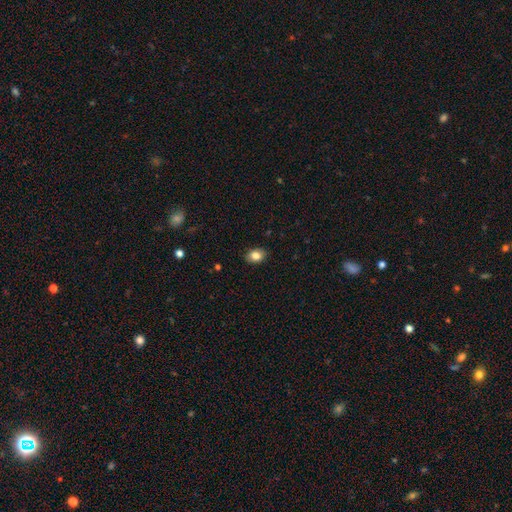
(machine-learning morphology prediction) Smooth or featured?
  - smooth: 83% *
  - star or artifact: 9%
  - featured or disk: 8%
How rounded?
  - in between: 75% *
  - round: 24%
  - cigar-shaped: 1%
Merging?
  - none: 88% *
  - minor disturbance: 9%
  - major disturbance: 2%
  - merger: 1%